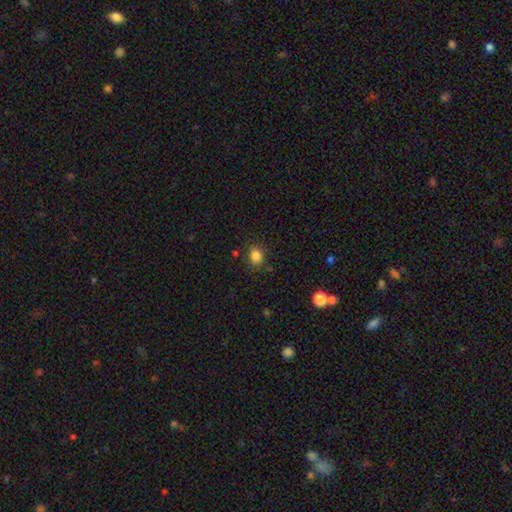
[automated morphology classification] Q: Smooth or featured?
A: smooth (84%); runner-up: star or artifact (12%)
Q: How rounded?
A: round (58%); runner-up: in between (41%)
Q: Merging?
A: none (83%); runner-up: minor disturbance (11%)